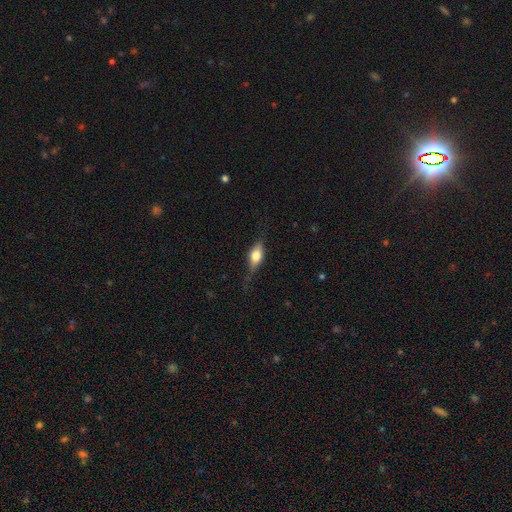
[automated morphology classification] smooth_or_featured: smooth (p=0.51) [alt: featured or disk p=0.42]
how_rounded: in between (p=0.70) [alt: cigar-shaped p=0.21]
merging: none (p=0.72) [alt: minor disturbance p=0.20]